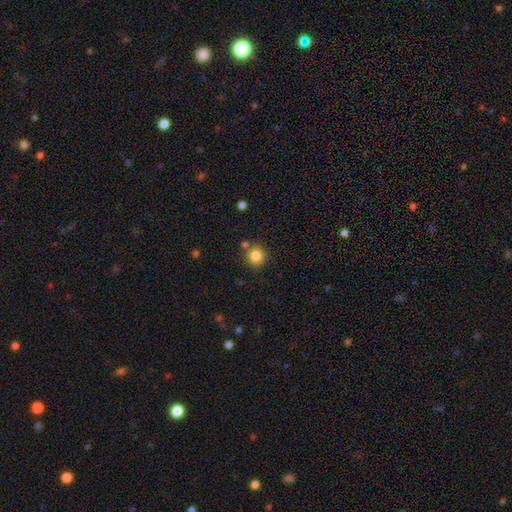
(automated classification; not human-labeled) smooth_or_featured: smooth (p=0.83) [alt: star or artifact p=0.11]
how_rounded: round (p=0.94) [alt: in between p=0.05]
merging: none (p=0.83) [alt: minor disturbance p=0.08]